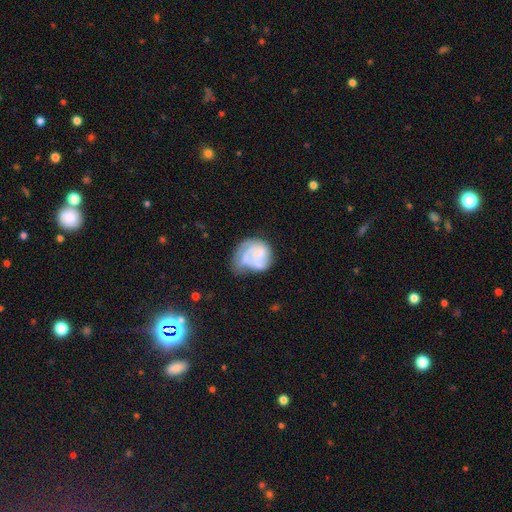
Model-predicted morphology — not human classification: A featured or disk galaxy (48%). Merging: minor disturbance (32%, tied with major disturbance).